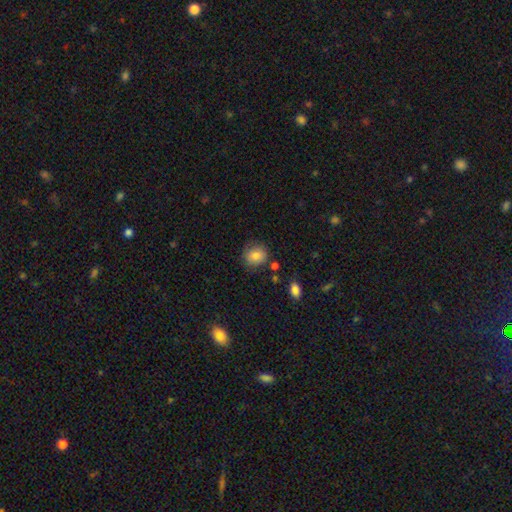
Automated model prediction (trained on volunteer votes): This is clearly a smooth galaxy (81%). How rounded: likely round (76%). Merging: likely none (74%).